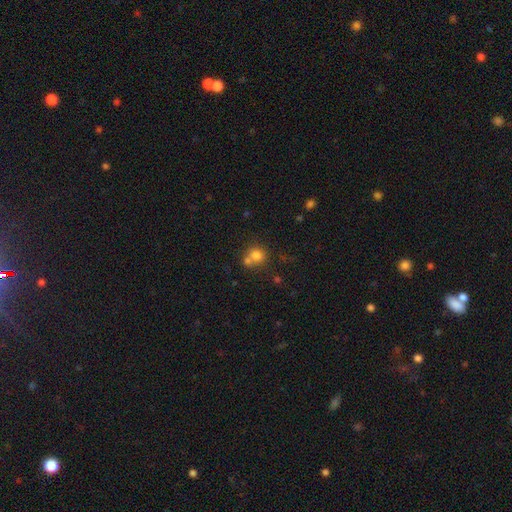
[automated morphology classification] This is likely a smooth galaxy (76%). How rounded: likely round (79%). Merging: marginally none (44%).